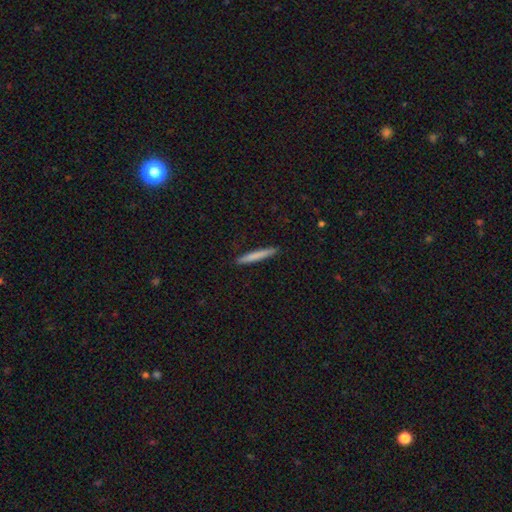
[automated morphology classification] Overall: smooth (76%). How rounded: cigar-shaped (96%). Merging: none (91%).